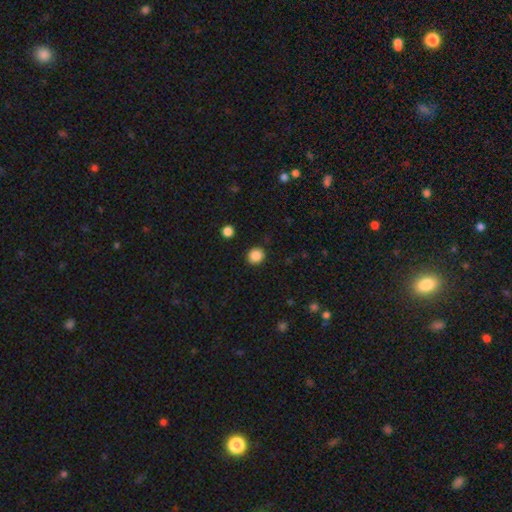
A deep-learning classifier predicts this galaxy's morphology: Overall: smooth (87%). How rounded: round (87%). Merging: none (91%).